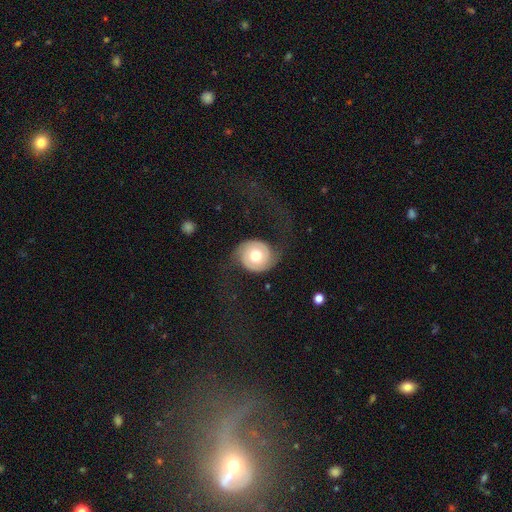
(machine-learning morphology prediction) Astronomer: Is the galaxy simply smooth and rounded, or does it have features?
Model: featured or disk — 69%.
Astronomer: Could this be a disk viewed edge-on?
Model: no — 97%.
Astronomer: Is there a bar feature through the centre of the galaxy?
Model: no — 75%.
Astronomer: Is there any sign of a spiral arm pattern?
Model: yes — 88%.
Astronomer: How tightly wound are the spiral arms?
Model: loose — 44% (runner-up: medium, 33%).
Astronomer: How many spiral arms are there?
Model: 2 — 88%.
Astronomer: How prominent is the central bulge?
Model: moderate — 73%.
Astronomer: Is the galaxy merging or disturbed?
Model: none — 59%.